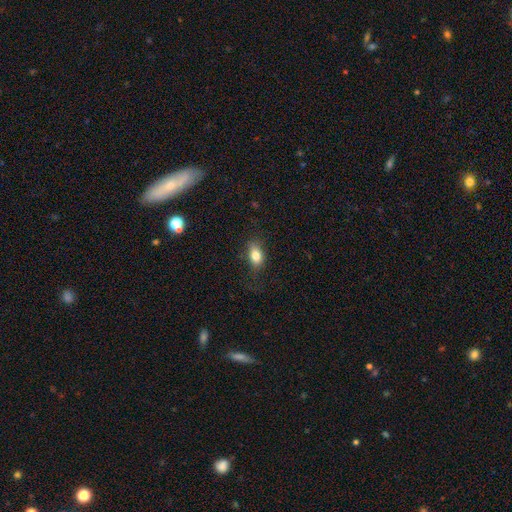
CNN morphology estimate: A smooth galaxy with no disk features (82%) that is in between round and cigar-shaped (85%).

Vote fractions:
- Smooth or featured? smooth: 82% / featured or disk: 10% / star or artifact: 9%
- How rounded? in between: 85% / round: 12% / cigar-shaped: 4%
- Merging? none: 76% / minor disturbance: 17% / major disturbance: 6% / merger: 1%